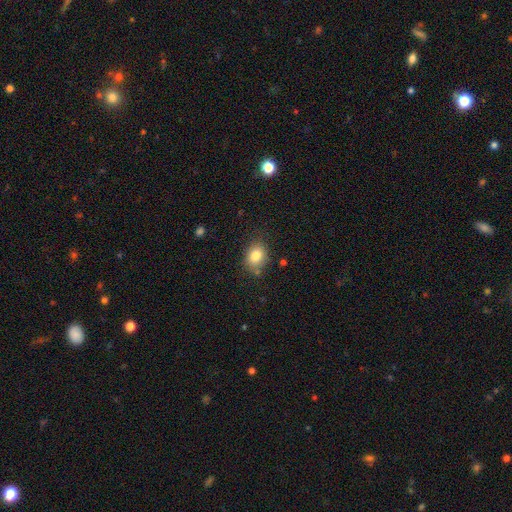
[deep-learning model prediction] smooth-or-featured: smooth: 81% | star or artifact: 10% | featured or disk: 9%
  how-rounded: in between: 58% | round: 41% | cigar-shaped: 1%
  merging: none: 78% | minor disturbance: 15% | major disturbance: 4% | merger: 3%